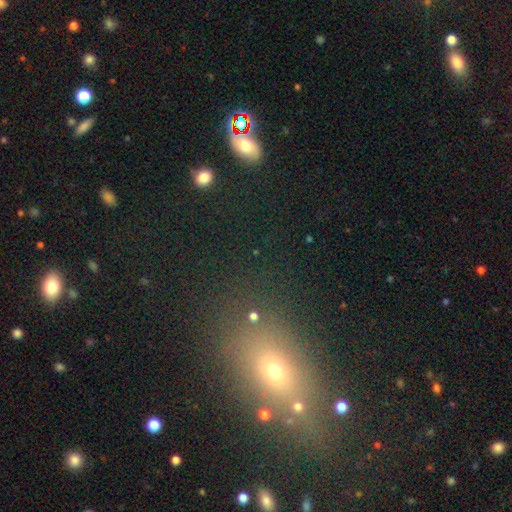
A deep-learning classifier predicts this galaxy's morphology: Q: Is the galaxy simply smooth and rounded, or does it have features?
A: smooth — 51%.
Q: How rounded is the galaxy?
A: in between — 62%.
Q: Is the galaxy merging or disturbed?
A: none — 72%.